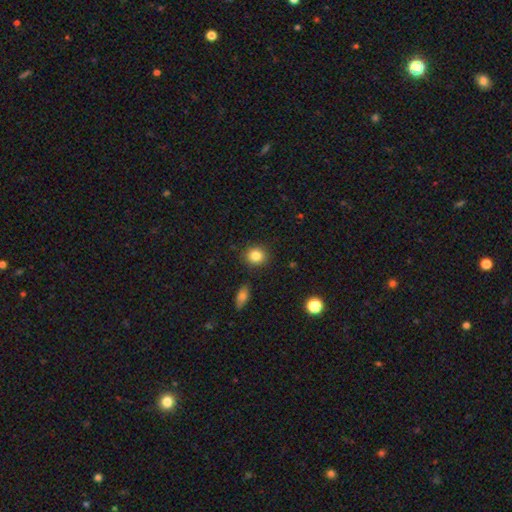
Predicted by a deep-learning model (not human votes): smooth-or-featured: smooth: 85% | star or artifact: 10% | featured or disk: 6%
  how-rounded: round: 79% | in between: 20% | cigar-shaped: 1%
  merging: none: 88% | minor disturbance: 8% | merger: 2% | major disturbance: 2%